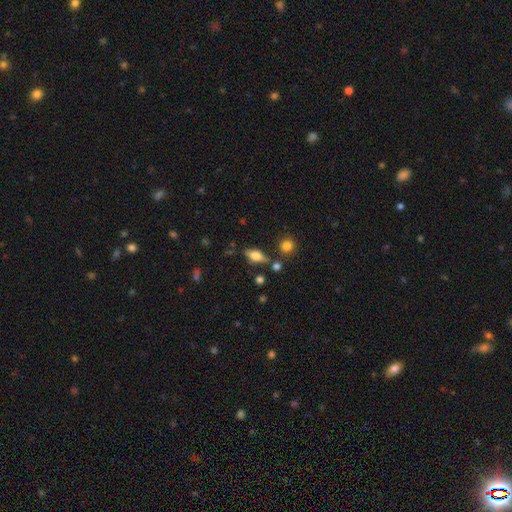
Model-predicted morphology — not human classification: Smooth or featured?
  - smooth: 52% *
  - featured or disk: 39%
  - star or artifact: 9%
How rounded?
  - in between: 72% *
  - cigar-shaped: 21%
  - round: 7%
Merging?
  - none: 75% *
  - minor disturbance: 14%
  - merger: 7%
  - major disturbance: 4%